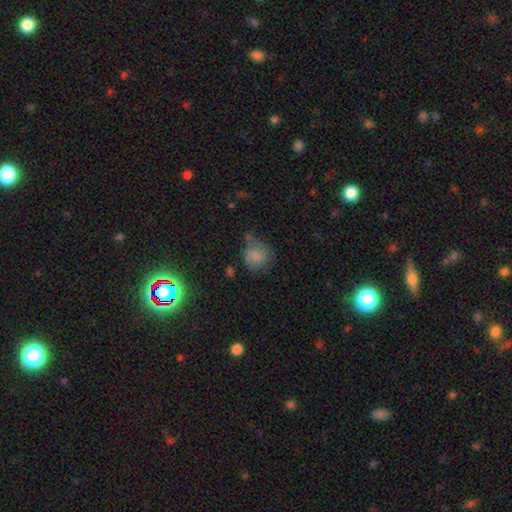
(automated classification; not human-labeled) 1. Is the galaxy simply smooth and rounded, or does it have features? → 79% smooth, 11% star or artifact, 10% featured or disk.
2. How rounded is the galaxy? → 82% round, 17% in between, 1% cigar-shaped.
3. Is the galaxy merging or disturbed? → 56% none, 26% minor disturbance, 10% major disturbance, 8% merger.